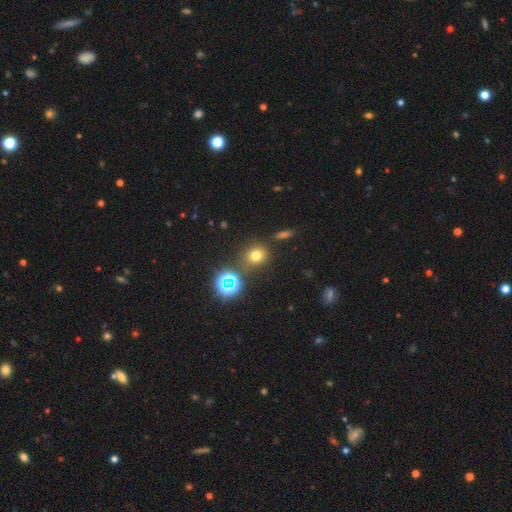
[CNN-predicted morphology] Smooth or featured?
  - smooth: 68% *
  - star or artifact: 24%
  - featured or disk: 9%
How rounded?
  - round: 78% *
  - in between: 20%
  - cigar-shaped: 1%
Merging?
  - none: 80% *
  - minor disturbance: 10%
  - merger: 6%
  - major disturbance: 4%